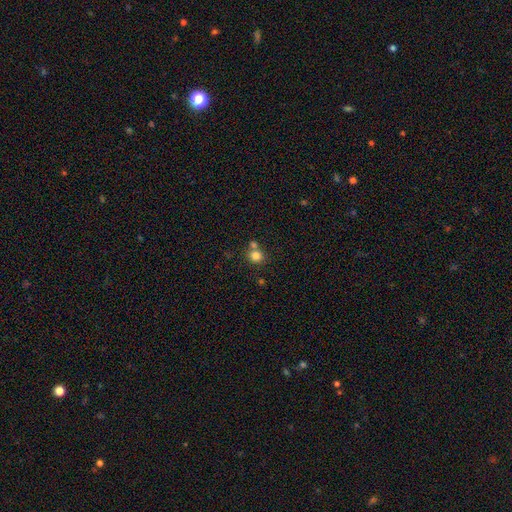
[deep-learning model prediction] smooth-or-featured: smooth: 81% | star or artifact: 12% | featured or disk: 7%
  how-rounded: round: 86% | in between: 13% | cigar-shaped: 1%
  merging: none: 57% | merger: 32% | minor disturbance: 8% | major disturbance: 3%